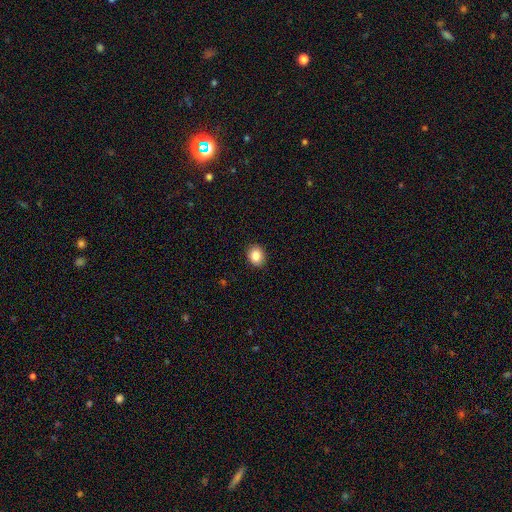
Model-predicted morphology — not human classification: Smooth or featured? smooth (85%)
How rounded? round (55%)
Merging? none (90%)